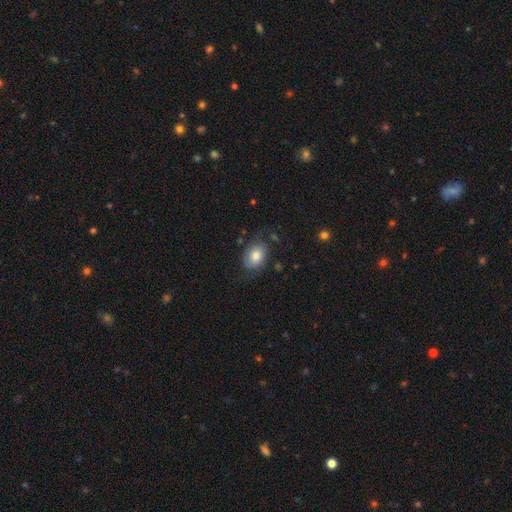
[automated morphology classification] smooth-or-featured: smooth: 68% | featured or disk: 24% | star or artifact: 8%
  how-rounded: in between: 73% | round: 26% | cigar-shaped: 1%
  merging: none: 67% | minor disturbance: 22% | major disturbance: 10% | merger: 2%